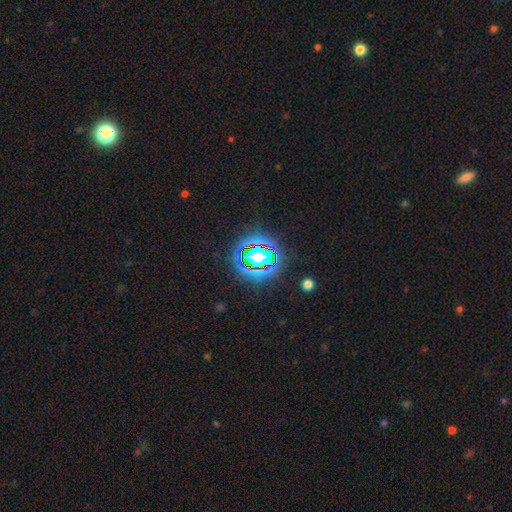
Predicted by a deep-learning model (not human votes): smooth_or_featured: star or artifact (p=0.81) [alt: smooth p=0.12]